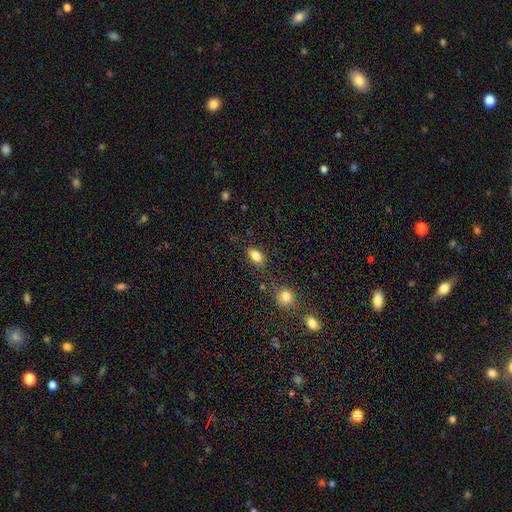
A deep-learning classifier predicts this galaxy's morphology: smooth 83%, star or artifact 10%, featured or disk 8%. Down the decision tree: how rounded — in between (87%); merging — none (78%).